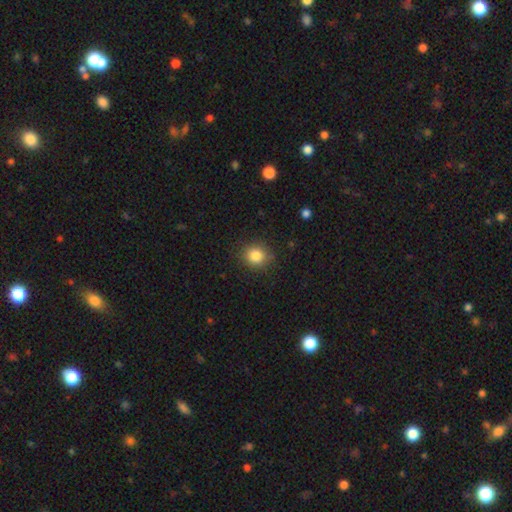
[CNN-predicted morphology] Overall: smooth (84%). How rounded: round (84%). Merging: none (87%).